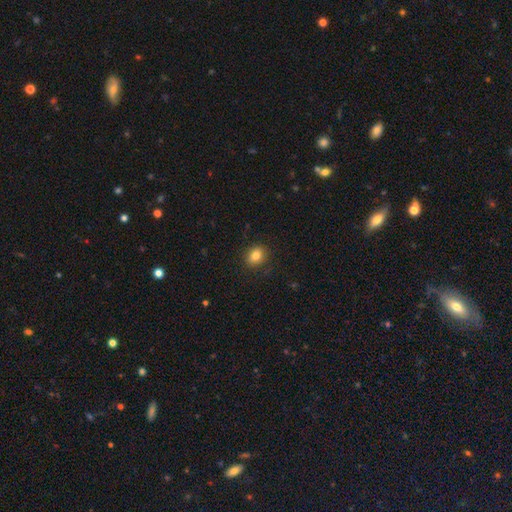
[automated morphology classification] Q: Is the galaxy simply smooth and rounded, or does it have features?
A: smooth — 83%.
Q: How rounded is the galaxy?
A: in between — 53%.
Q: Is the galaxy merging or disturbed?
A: none — 87%.